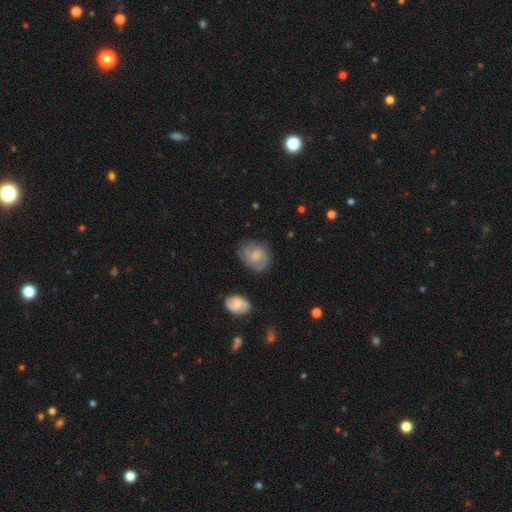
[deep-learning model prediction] smooth-or-featured: featured or disk: 70% | smooth: 23% | star or artifact: 7%
  disk-edge-on: no: 98% | yes: 2%
    bar: no: 59% | weak: 37% | strong: 5%
    has-spiral-arms: yes: 94% | no: 6%
      spiral-winding: tight: 44% | medium: 43% | loose: 13%
      spiral-arm-count: 2: 48% | 3: 20% | can't tell: 20% | 1: 4% | 4: 4% | more than 4: 3%
    bulge-size: small: 43% | moderate: 29% | none: 22% | large: 5% | dominant: 1%
  merging: none: 73% | minor disturbance: 18% | major disturbance: 7% | merger: 2%